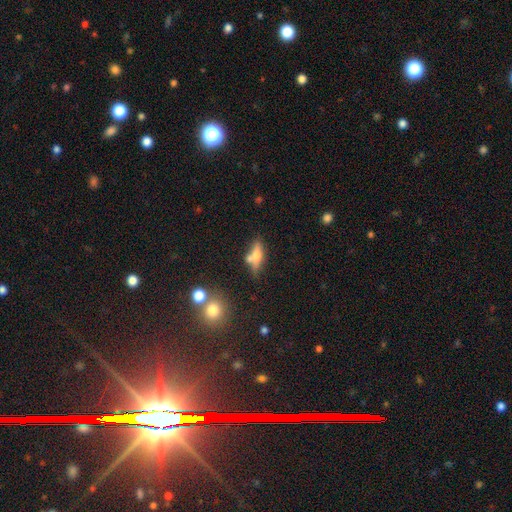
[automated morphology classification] type=smooth (48%); merging=none (54%).